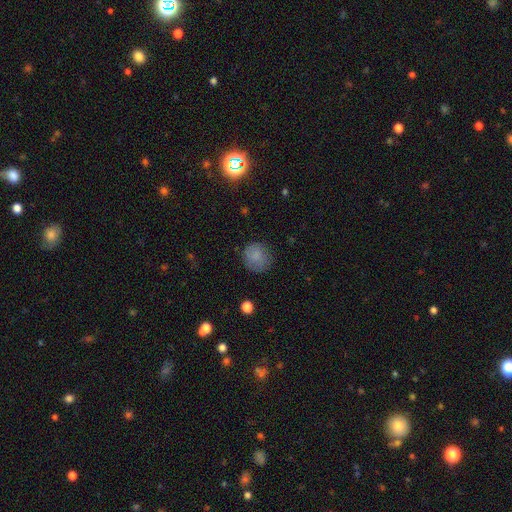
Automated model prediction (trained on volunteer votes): This is clearly a smooth galaxy (81%). How rounded: clearly round (88%). Merging: likely none (76%).